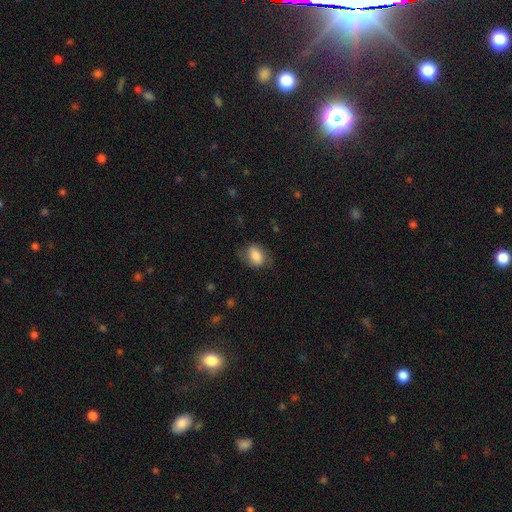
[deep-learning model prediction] smooth 74%, featured or disk 19%, star or artifact 7%. Down the decision tree: how rounded — in between (77%); merging — none (65%).